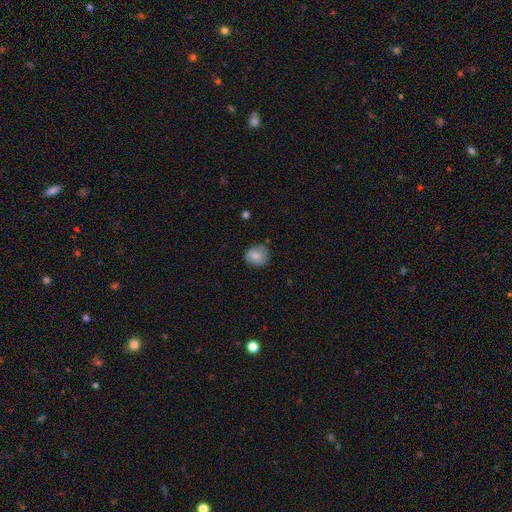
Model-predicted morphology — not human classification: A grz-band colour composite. It shows a smooth galaxy with no disk features (82%) that is round (78%). Merging: none (74%).